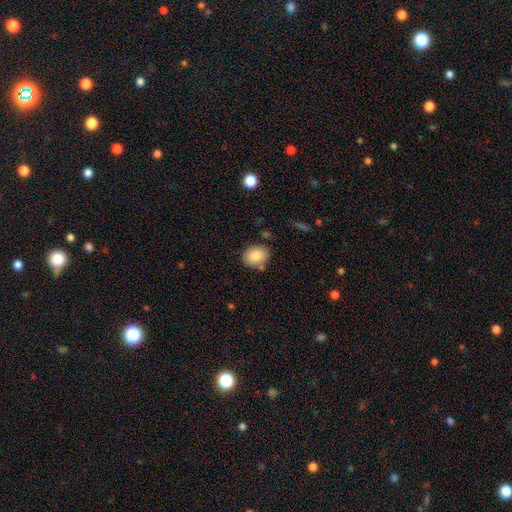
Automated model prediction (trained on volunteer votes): smooth_or_featured: smooth (p=0.85) [alt: star or artifact p=0.08]
how_rounded: round (p=0.57) [alt: in between p=0.43]
merging: none (p=0.80) [alt: minor disturbance p=0.12]